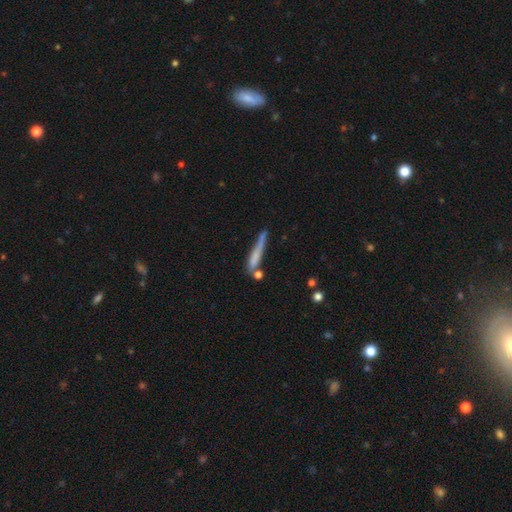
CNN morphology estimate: Q: Smooth or featured?
A: smooth (58%); runner-up: featured or disk (34%)
Q: How rounded?
A: cigar-shaped (93%); runner-up: in between (5%)
Q: Merging?
A: none (52%); runner-up: minor disturbance (23%)